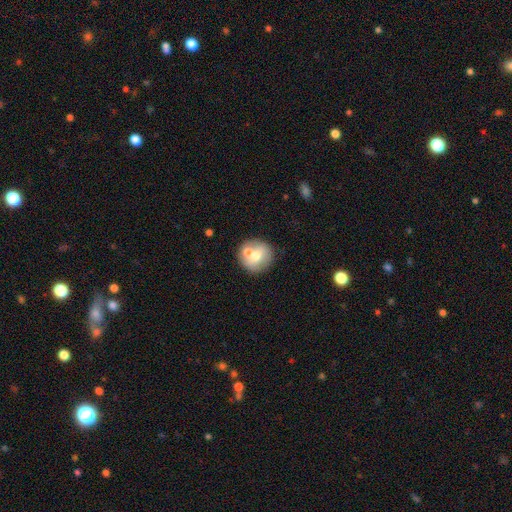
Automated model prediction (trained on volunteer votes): Smooth or featured? smooth (63%)
How rounded? round (92%)
Merging? none (63%)